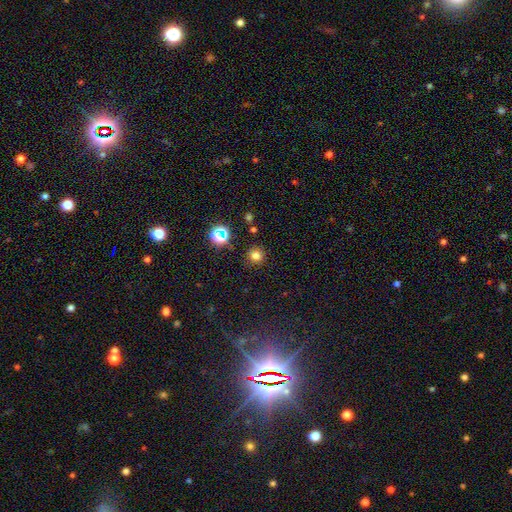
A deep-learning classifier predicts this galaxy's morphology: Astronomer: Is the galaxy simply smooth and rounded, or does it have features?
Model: smooth — 75%.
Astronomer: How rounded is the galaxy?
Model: round — 92%.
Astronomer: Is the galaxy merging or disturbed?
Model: none — 89%.